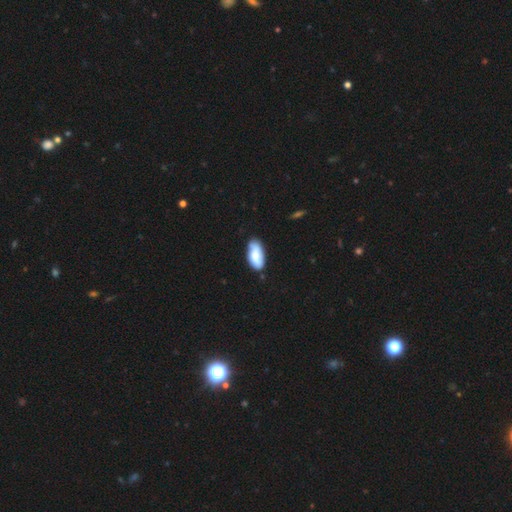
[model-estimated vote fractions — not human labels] Smooth or featured? Predicted: smooth (p=0.72). How rounded? Predicted: in between (p=0.88). Merging? Predicted: none (p=0.76).